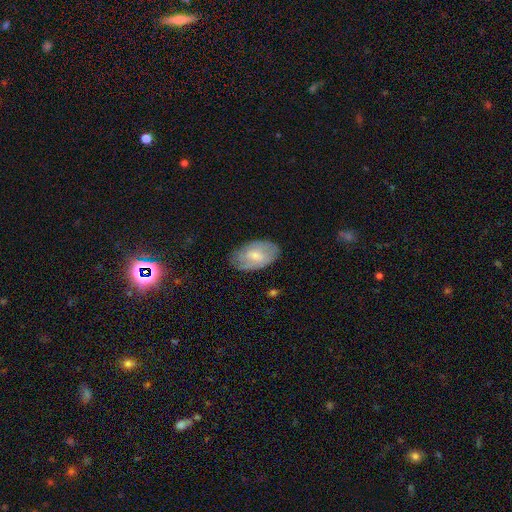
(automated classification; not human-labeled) smooth_or_featured: smooth (p=0.54) [alt: featured or disk p=0.40]
how_rounded: in between (p=0.92) [alt: round p=0.06]
merging: none (p=0.75) [alt: minor disturbance p=0.19]